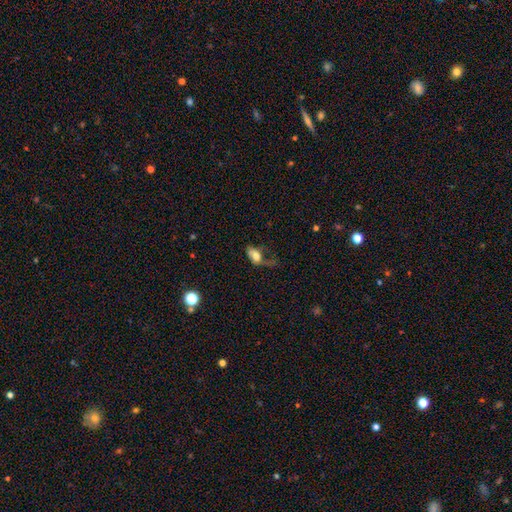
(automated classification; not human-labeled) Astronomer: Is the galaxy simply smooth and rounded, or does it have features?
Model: smooth — 67%.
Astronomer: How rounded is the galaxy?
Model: in between — 87%.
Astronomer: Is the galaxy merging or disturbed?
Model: major disturbance — 52%.